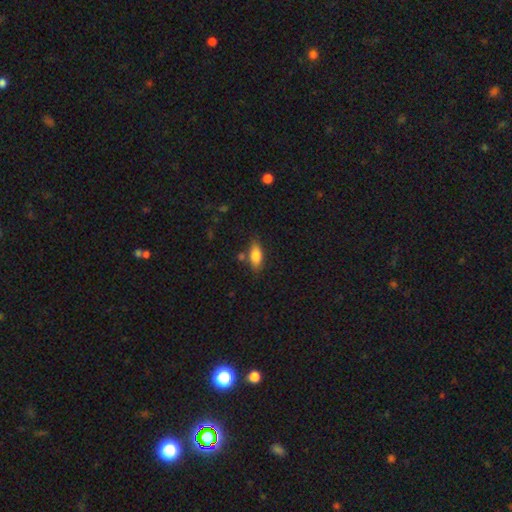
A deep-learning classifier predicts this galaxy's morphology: Smooth or featured? Predicted: smooth (p=0.80). How rounded? Predicted: in between (p=0.82). Merging? Predicted: none (p=0.74).